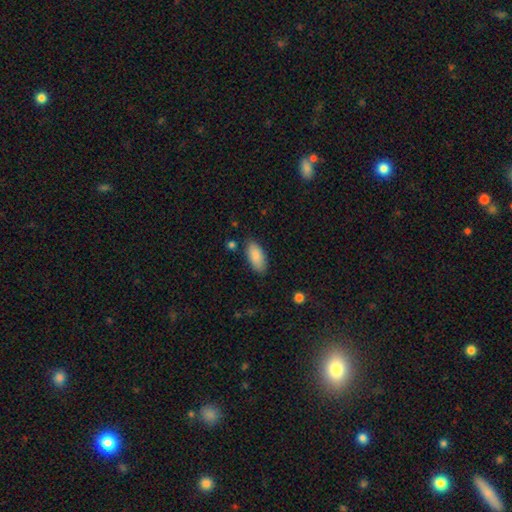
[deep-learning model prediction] A smooth galaxy with no disk features (89%) that is in between round and cigar-shaped (91%). Merging: none (83%).